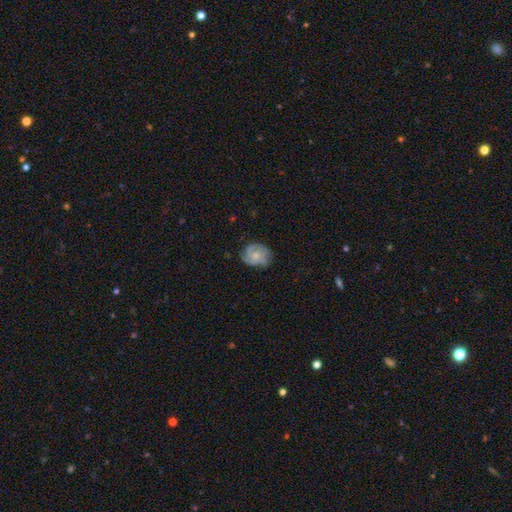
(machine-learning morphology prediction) This is possibly a featured or disk galaxy (57%). It is clearly not viewed edge-on (97%). Bar: clearly no (81%). Spiral arm pattern: clearly yes (85%). Central bulge: possibly small (48%). Merging: likely none (65%).